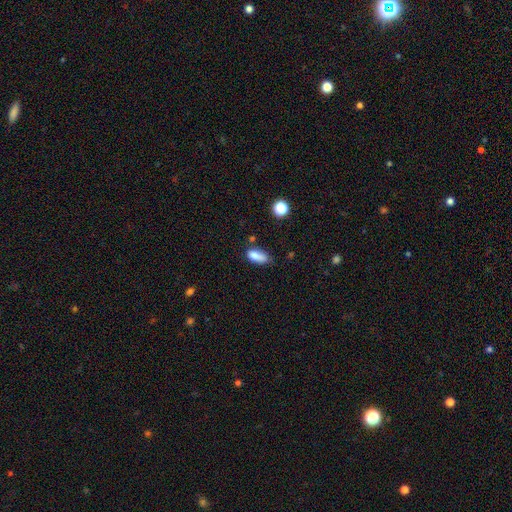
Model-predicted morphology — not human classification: A smooth galaxy with no disk features (81%) that is in between round and cigar-shaped (84%).

Vote fractions:
- Smooth or featured? smooth: 81% / featured or disk: 10% / star or artifact: 9%
- How rounded? in between: 84% / cigar-shaped: 12% / round: 5%
- Merging? none: 46% / minor disturbance: 34% / merger: 10% / major disturbance: 10%